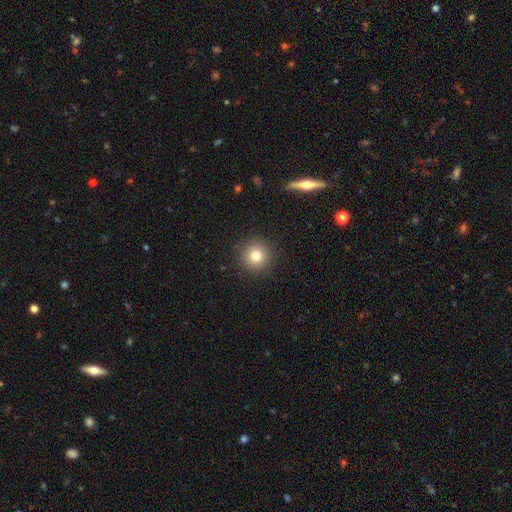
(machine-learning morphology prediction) Smooth or featured?
  - smooth: 79% *
  - star or artifact: 13%
  - featured or disk: 8%
How rounded?
  - round: 95% *
  - in between: 4%
  - cigar-shaped: 1%
Merging?
  - none: 91% *
  - minor disturbance: 5%
  - major disturbance: 2%
  - merger: 1%